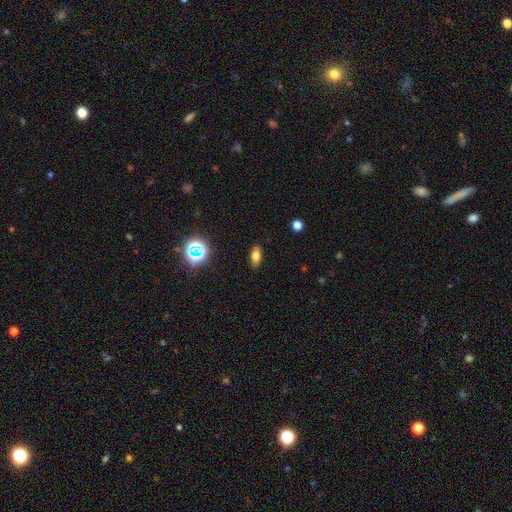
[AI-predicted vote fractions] This is likely a smooth galaxy (73%). How rounded: clearly in between (84%). Merging: clearly none (87%).